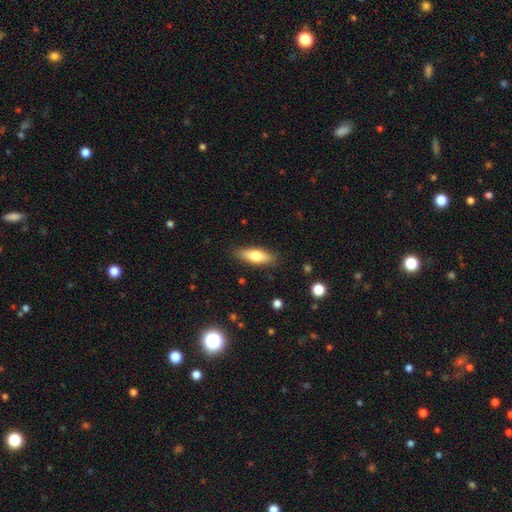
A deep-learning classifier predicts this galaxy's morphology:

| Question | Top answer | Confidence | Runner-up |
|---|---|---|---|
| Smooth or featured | smooth | 68% | featured or disk (26%) |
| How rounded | in between | 54% | cigar-shaped (44%) |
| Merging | none | 86% | minor disturbance (10%) |